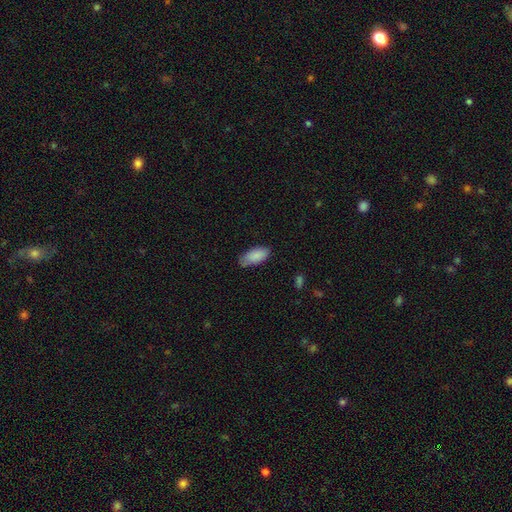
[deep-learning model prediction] The model was most divided on "merging": none: 68%, minor disturbance: 26%, major disturbance: 4%, merger: 2%. More confident: how rounded — in between (90%); smooth or featured — smooth (87%).